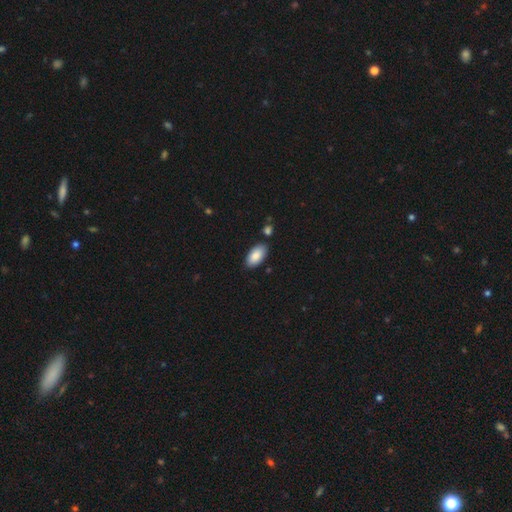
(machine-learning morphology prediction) Smooth or featured?
  - smooth: 87% *
  - featured or disk: 7%
  - star or artifact: 6%
How rounded?
  - in between: 94% *
  - cigar-shaped: 3%
  - round: 2%
Merging?
  - none: 83% *
  - minor disturbance: 10%
  - merger: 4%
  - major disturbance: 2%